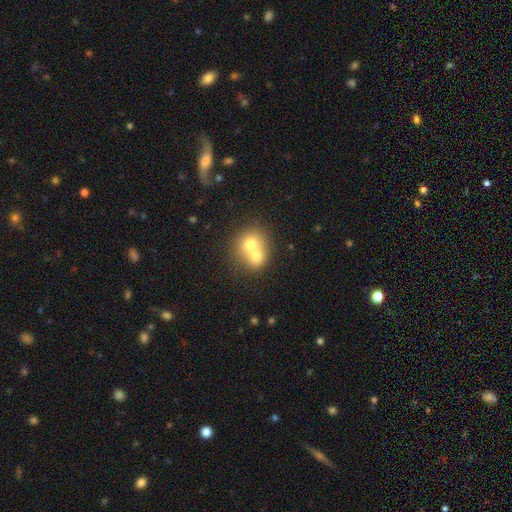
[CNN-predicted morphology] type=smooth (67%); roundness=round (68%); merging=merger (73%).